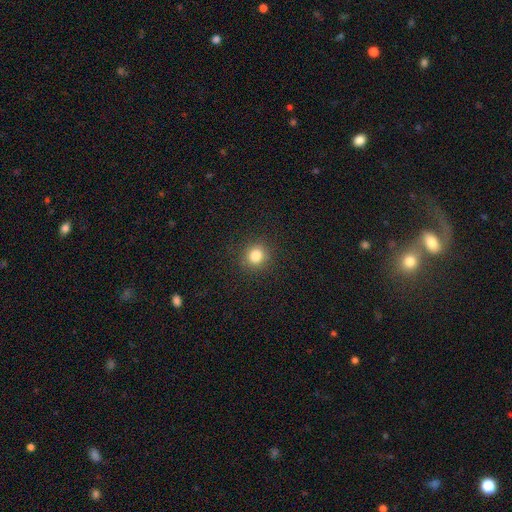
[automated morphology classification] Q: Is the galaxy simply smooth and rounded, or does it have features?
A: smooth — 82%.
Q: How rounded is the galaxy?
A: round — 90%.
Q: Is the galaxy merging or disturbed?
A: none — 90%.